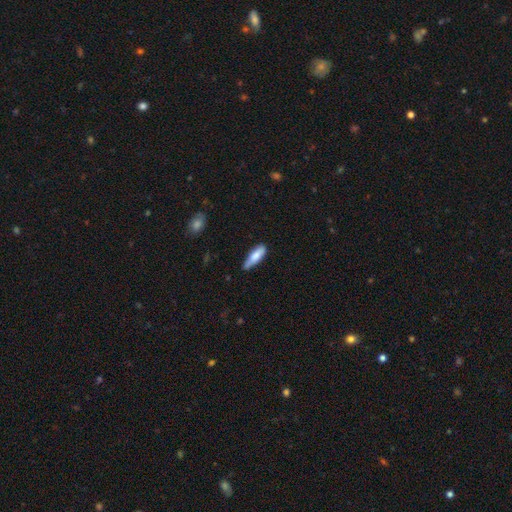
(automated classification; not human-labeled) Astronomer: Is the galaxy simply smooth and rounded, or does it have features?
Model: smooth — 76%.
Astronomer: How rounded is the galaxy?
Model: in between — 49%, tied with cigar-shaped at 49%.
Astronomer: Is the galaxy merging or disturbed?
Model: none — 61%.